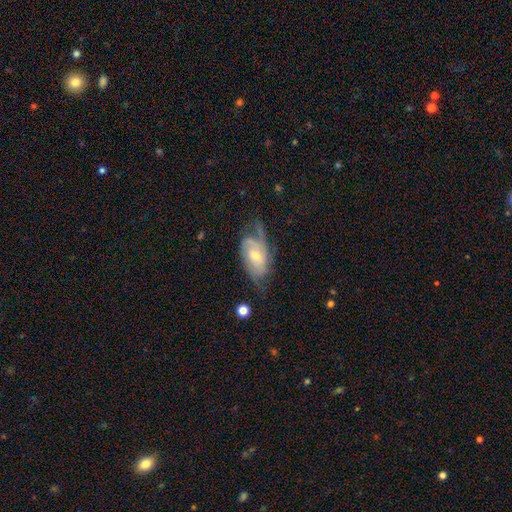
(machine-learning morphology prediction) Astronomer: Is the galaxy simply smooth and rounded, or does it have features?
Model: featured or disk — 68%.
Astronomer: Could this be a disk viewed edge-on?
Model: no — 94%.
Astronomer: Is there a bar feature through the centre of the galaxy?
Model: no — 59%.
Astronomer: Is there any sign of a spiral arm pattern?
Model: yes — 86%.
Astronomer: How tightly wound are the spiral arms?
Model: medium — 41% (runner-up: tight, 31%).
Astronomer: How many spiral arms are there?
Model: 2 — 49% (runner-up: can't tell, 25%).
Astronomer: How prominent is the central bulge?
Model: moderate — 48% (runner-up: small, 45%).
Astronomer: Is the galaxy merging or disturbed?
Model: none — 45% (runner-up: minor disturbance, 28%).